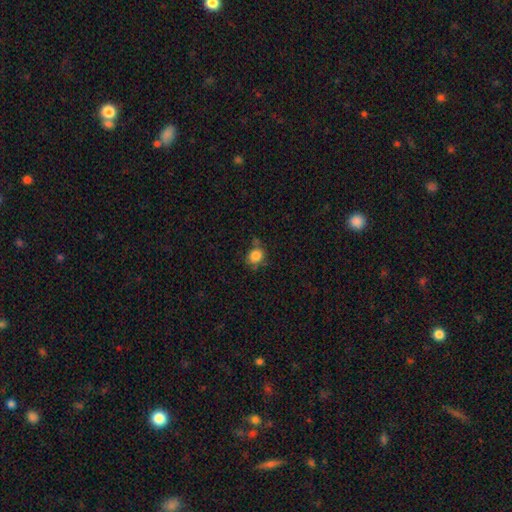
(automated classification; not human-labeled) The model was most divided on "how rounded": round: 64%, in between: 35%, cigar-shaped: 1%. More confident: smooth or featured — smooth (84%); merging — none (63%).